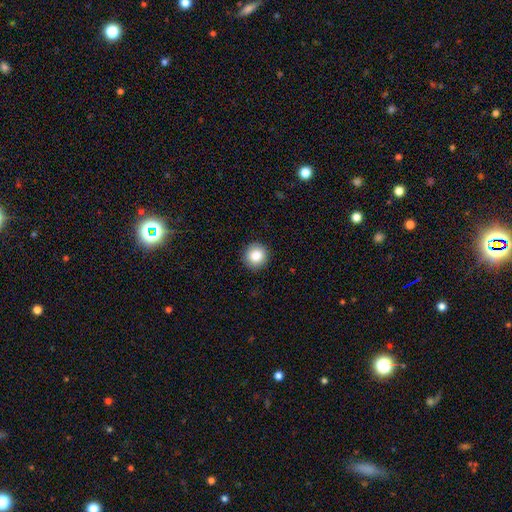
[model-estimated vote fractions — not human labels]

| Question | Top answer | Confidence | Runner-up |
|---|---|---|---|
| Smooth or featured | smooth | 85% | star or artifact (9%) |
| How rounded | round | 93% | in between (6%) |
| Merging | none | 91% | minor disturbance (6%) |